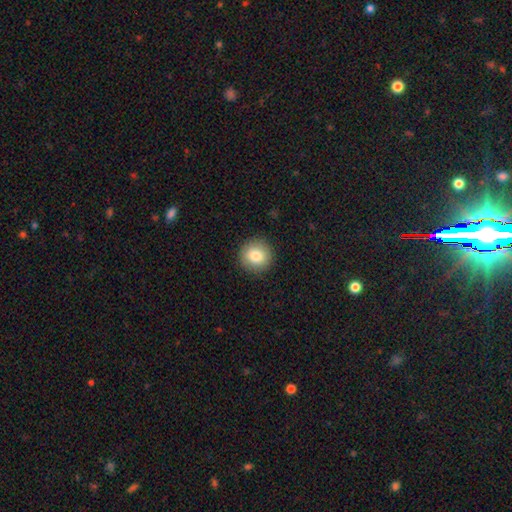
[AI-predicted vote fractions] Smooth or featured? smooth (83%)
How rounded? round (93%)
Merging? none (91%)